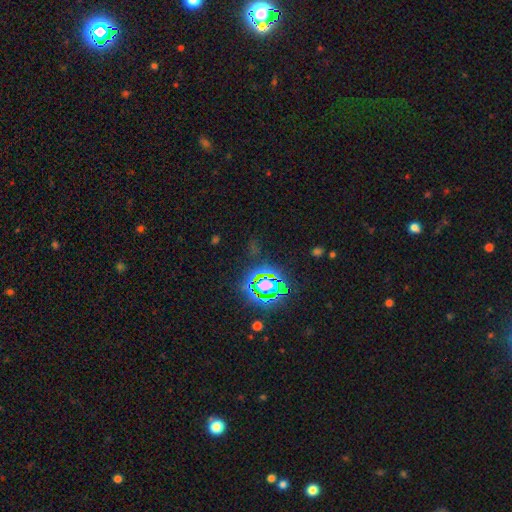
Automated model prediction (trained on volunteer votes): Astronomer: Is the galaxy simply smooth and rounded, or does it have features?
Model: star or artifact — 80%.